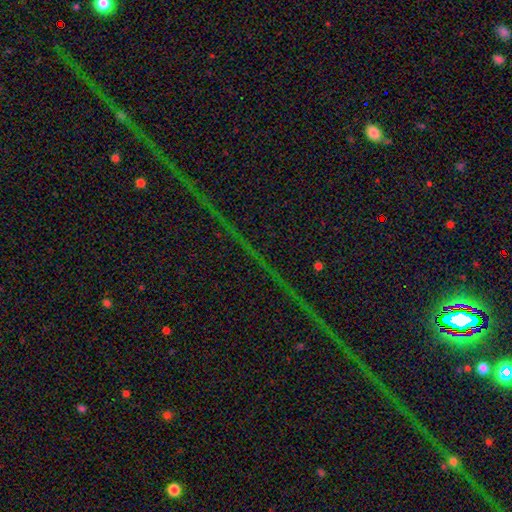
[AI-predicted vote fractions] A star or artifact, not a galaxy (80%).